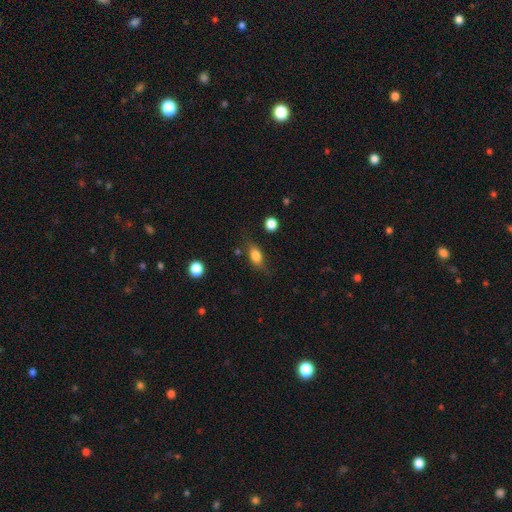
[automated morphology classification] Smooth or featured? Predicted: smooth (p=0.77). How rounded? Predicted: in between (p=0.78). Merging? Predicted: none (p=0.69).